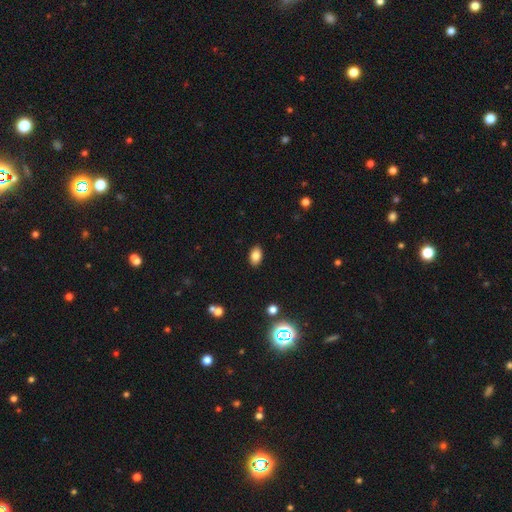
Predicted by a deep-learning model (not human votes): Smooth or featured?
  - smooth: 83% *
  - star or artifact: 9%
  - featured or disk: 8%
How rounded?
  - in between: 90% *
  - round: 9%
  - cigar-shaped: 2%
Merging?
  - none: 89% *
  - minor disturbance: 8%
  - major disturbance: 2%
  - merger: 1%